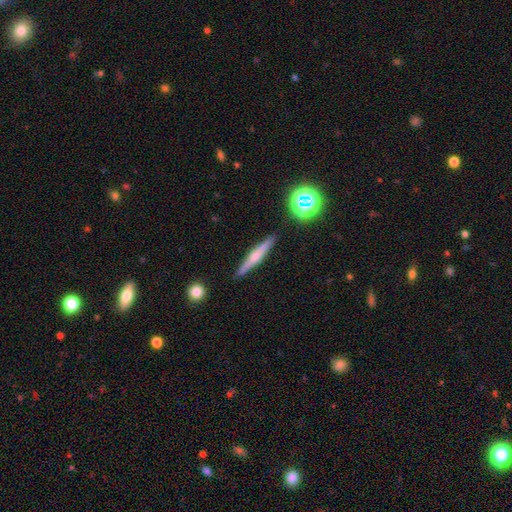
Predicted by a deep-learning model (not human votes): Smooth or featured? Predicted: featured or disk (p=0.59). Edge-on disk? Predicted: yes (p=0.97). Edge-on bulge? Predicted: rounded (p=0.78). Merging? Predicted: none (p=0.90).